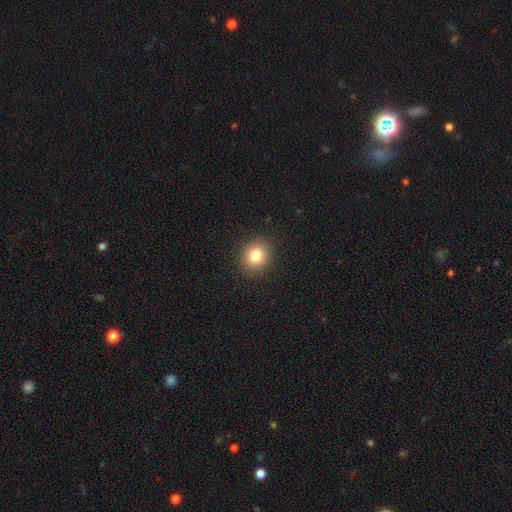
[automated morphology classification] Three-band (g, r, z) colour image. It shows a smooth galaxy with no disk features (81%) that is round (76%). Merging: none (91%).